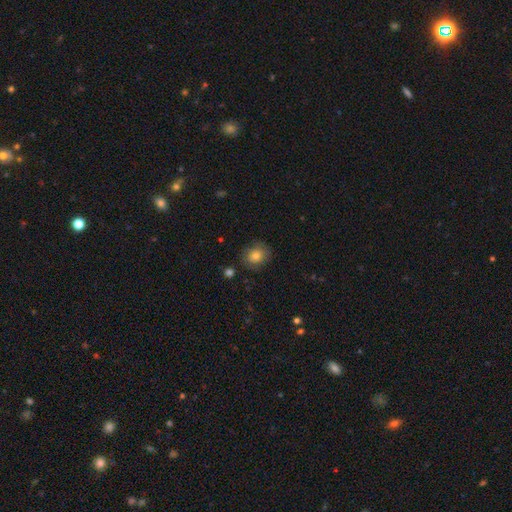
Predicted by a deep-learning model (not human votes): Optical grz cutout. It shows a smooth galaxy with no disk features (73%) that is round (68%). Merging: none (79%).